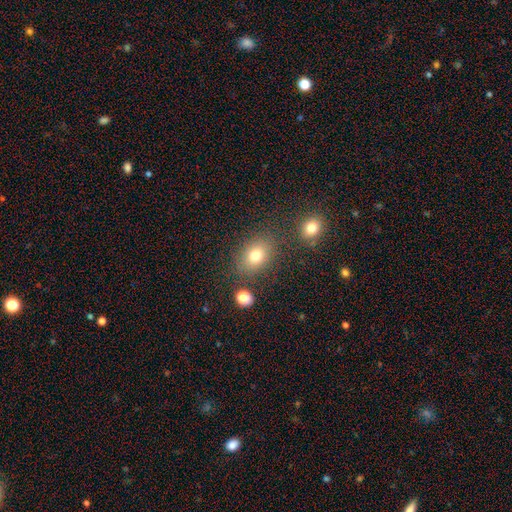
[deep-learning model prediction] smooth 78%, star or artifact 12%, featured or disk 10%. Down the decision tree: how rounded — in between (63%); merging — none (77%).